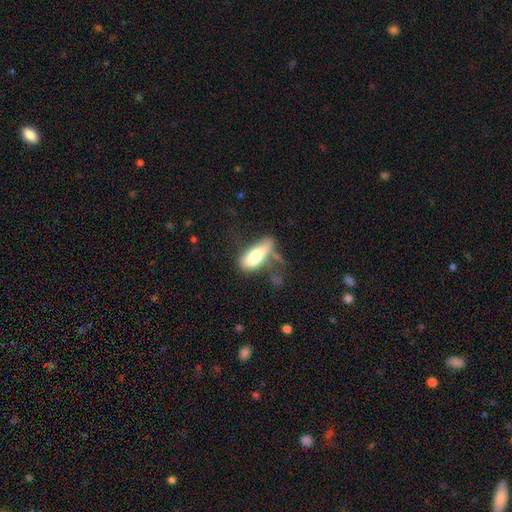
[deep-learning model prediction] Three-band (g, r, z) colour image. It shows a smooth galaxy with no disk features (70%) that is in between round and cigar-shaped (70%). Merging: none (32%).